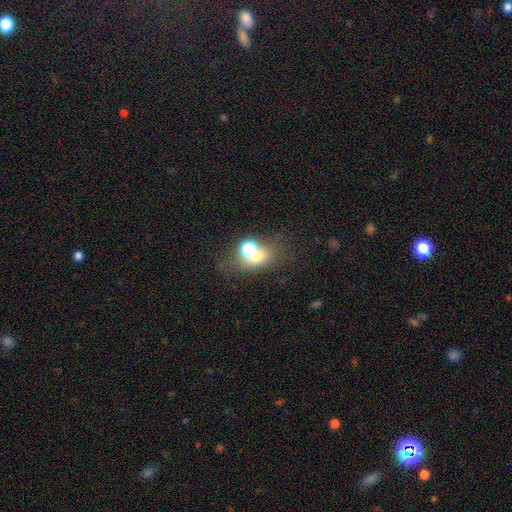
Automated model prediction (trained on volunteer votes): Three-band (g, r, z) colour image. It shows a smooth galaxy with no disk features (61%) that is round (52%). Merging: merger (45%).